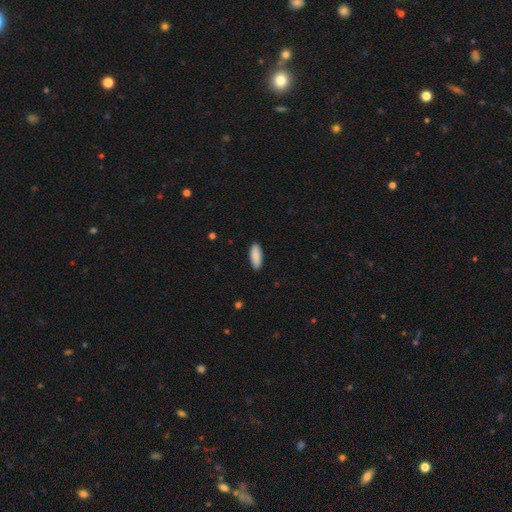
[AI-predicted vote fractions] Overall: smooth (89%). How rounded: in between (72%). Merging: none (89%).